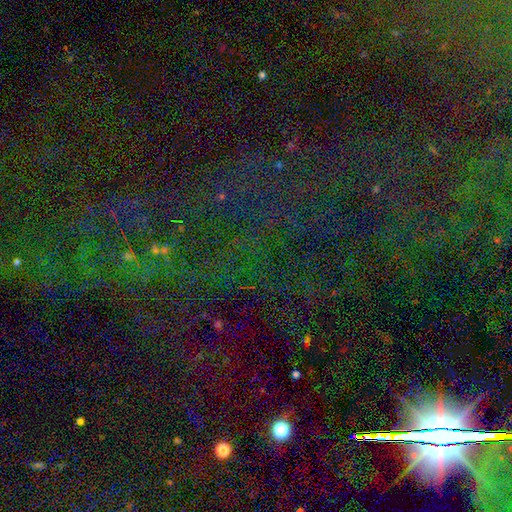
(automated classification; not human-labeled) A star or artifact, not a galaxy (81%).

Vote fractions:
- Smooth or featured? star or artifact: 81% / smooth: 10% / featured or disk: 9%